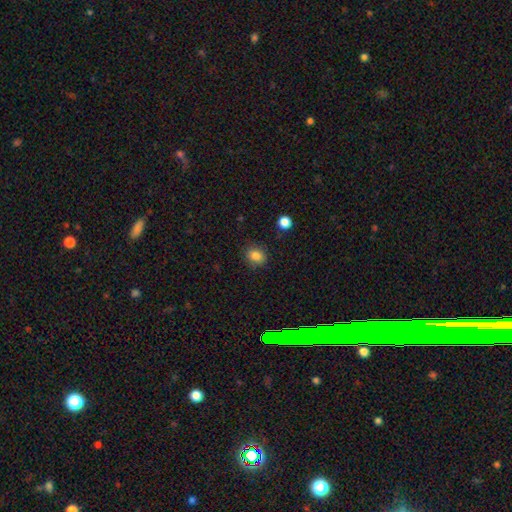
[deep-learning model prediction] Morphology: type=smooth (84%); roundness=round (67%); merging=none (86%).